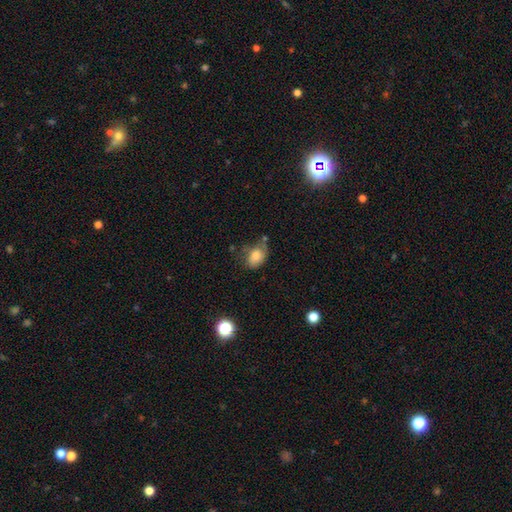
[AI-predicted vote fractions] smooth-or-featured: smooth: 76% | featured or disk: 15% | star or artifact: 9%
  how-rounded: in between: 77% | round: 21% | cigar-shaped: 1%
  merging: none: 46% | minor disturbance: 33% | major disturbance: 12% | merger: 9%